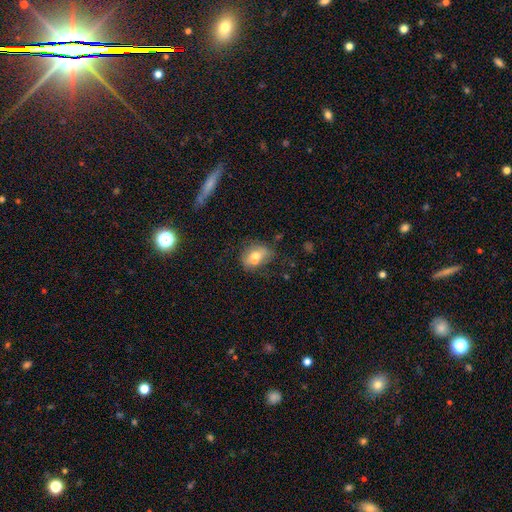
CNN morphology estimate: smooth_or_featured: smooth (p=0.63) [alt: featured or disk p=0.27]
how_rounded: in between (p=0.57) [alt: round p=0.41]
merging: none (p=0.41) [alt: merger p=0.37]